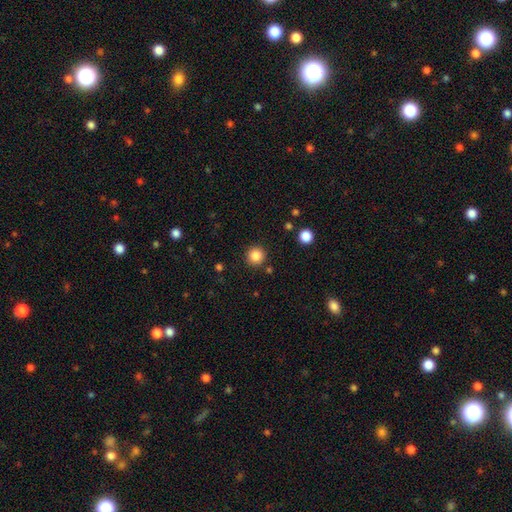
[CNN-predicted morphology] smooth-or-featured: smooth: 85% | star or artifact: 11% | featured or disk: 4%
  how-rounded: round: 96% | in between: 4% | cigar-shaped: 1%
  merging: none: 90% | minor disturbance: 6% | merger: 2% | major disturbance: 2%